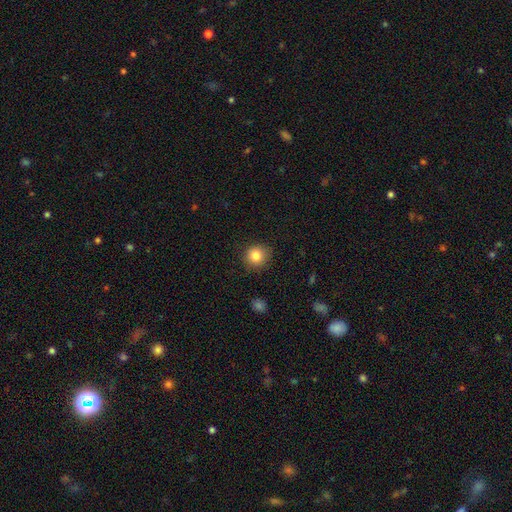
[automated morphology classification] Smooth or featured: smooth — 83% (star or artifact — 10%)
How rounded: round — 91% (in between — 8%)
Merging: none — 88% (minor disturbance — 8%)